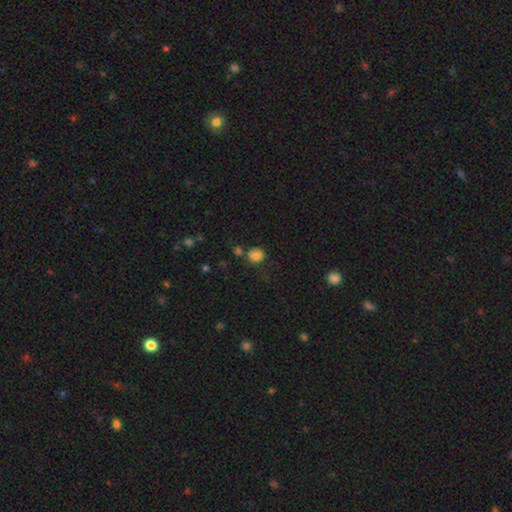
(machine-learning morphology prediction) Overall: smooth (78%). How rounded: round (70%). Merging: none (54%; minor disturbance 22%).